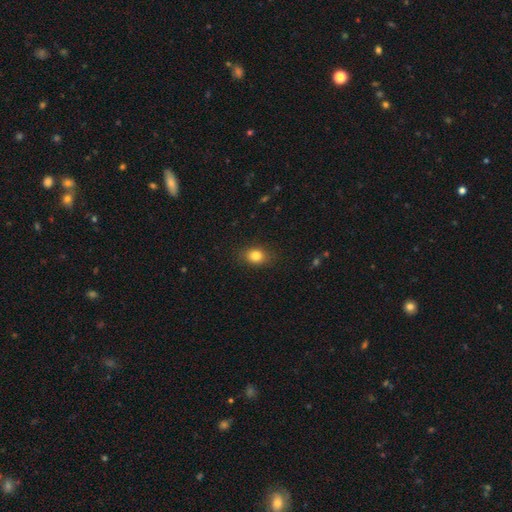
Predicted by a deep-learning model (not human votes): Smooth or featured: smooth — 82% (star or artifact — 11%)
How rounded: in between — 55% (round — 44%)
Merging: none — 86% (minor disturbance — 11%)